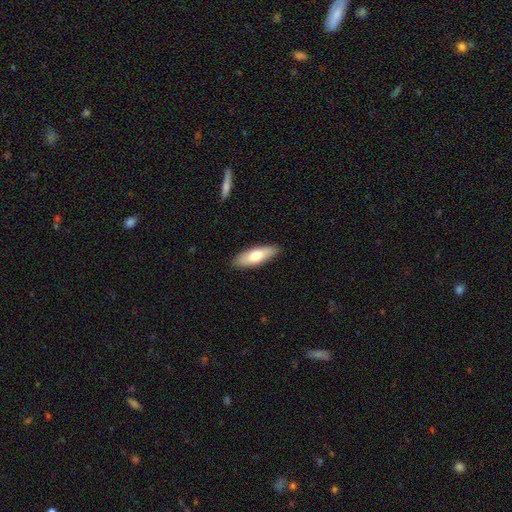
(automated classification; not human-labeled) smooth 73%, featured or disk 22%, star or artifact 5%. Down the decision tree: how rounded — in between (60%); merging — none (89%).